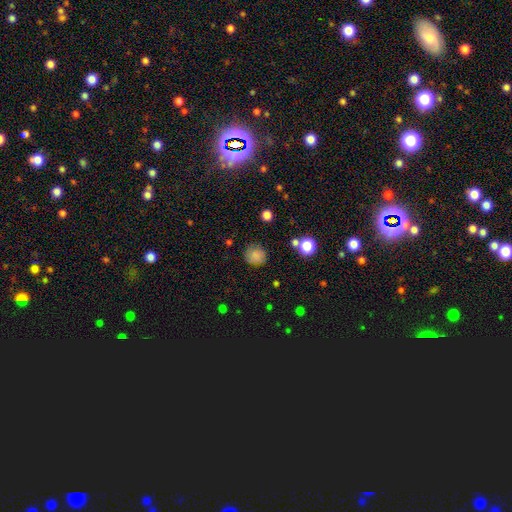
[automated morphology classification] This is clearly a smooth galaxy (83%). How rounded: clearly round (86%). Merging: clearly none (81%).